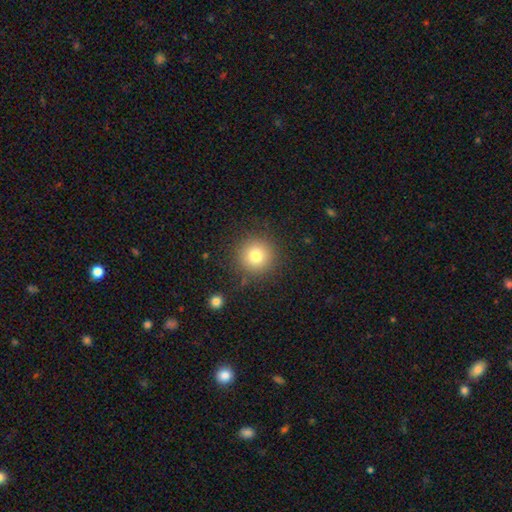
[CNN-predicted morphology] This is likely a smooth galaxy (78%). How rounded: clearly round (94%). Merging: clearly none (86%).